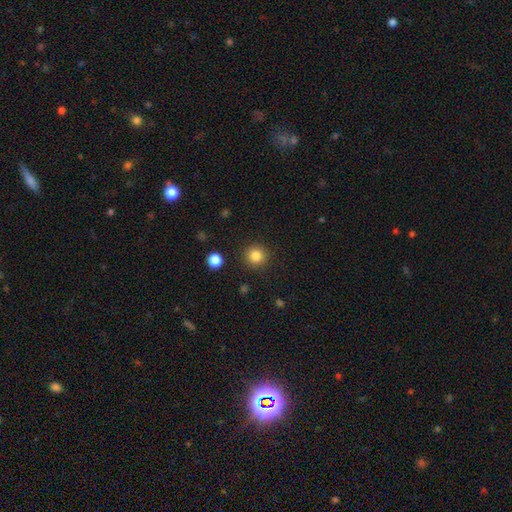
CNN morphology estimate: This appears to be a smooth galaxy with no disk features (84%) that is round (94%). Merging: none (91%).